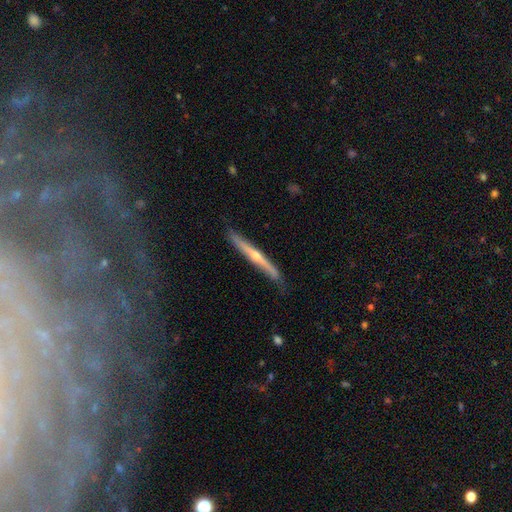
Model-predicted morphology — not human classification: smooth_or_featured: featured or disk (p=0.74) [alt: smooth p=0.21]
disk_edge_on: yes (p=0.96) [alt: no p=0.04]
edge_on_bulge: rounded (p=0.83) [alt: none p=0.15]
merging: none (p=0.81) [alt: minor disturbance p=0.15]